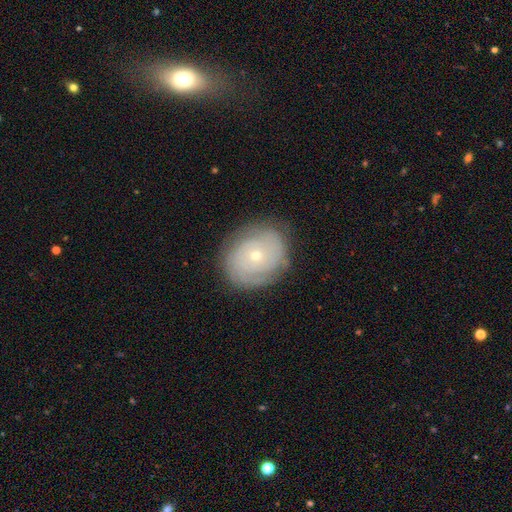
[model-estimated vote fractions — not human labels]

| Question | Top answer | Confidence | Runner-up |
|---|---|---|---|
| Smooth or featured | featured or disk | 64% | smooth (27%) |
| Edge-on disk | no | 96% | yes (4%) |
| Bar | no | 86% | weak (11%) |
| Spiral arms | yes | 77% | no (23%) |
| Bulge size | small | 70% | moderate (27%) |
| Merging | none | 80% | minor disturbance (14%) |